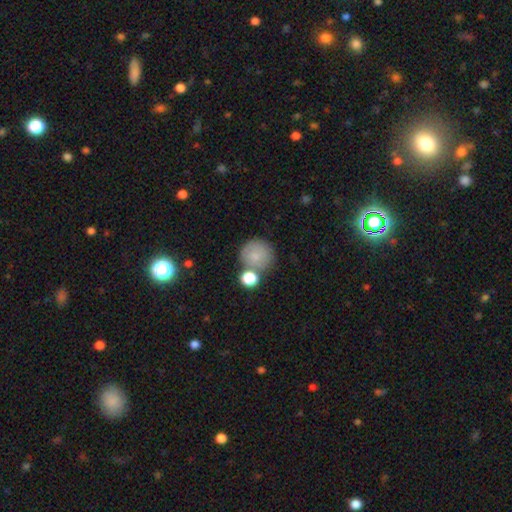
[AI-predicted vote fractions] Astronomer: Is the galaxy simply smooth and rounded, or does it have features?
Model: smooth — 79%.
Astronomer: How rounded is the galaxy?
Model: round — 92%.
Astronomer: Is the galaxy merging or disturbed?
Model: none — 62%.